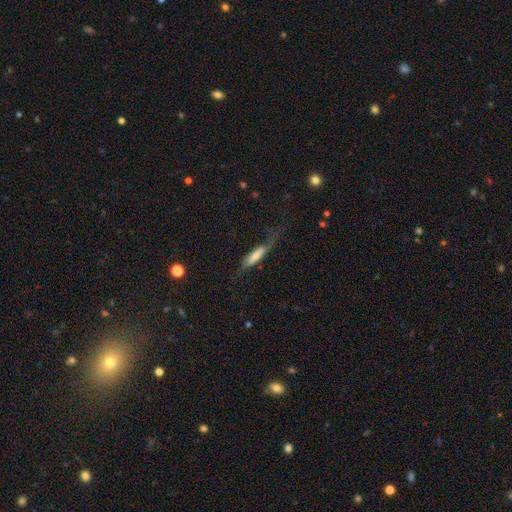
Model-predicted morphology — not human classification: smooth 56%, featured or disk 37%, star or artifact 7%. Down the decision tree: how rounded — cigar-shaped (67%); merging — none (45%).